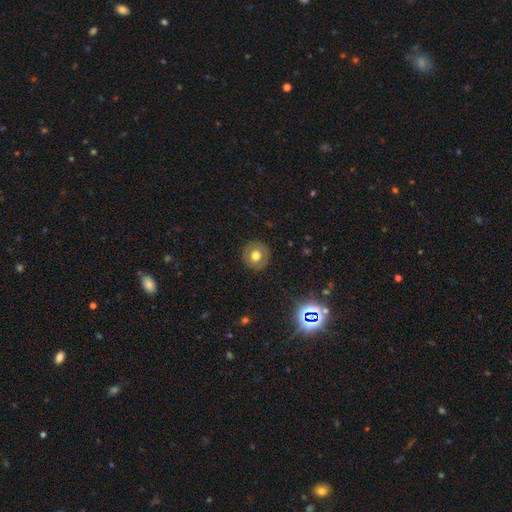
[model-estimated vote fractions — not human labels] Smooth or featured?
  - smooth: 69% *
  - featured or disk: 20%
  - star or artifact: 11%
How rounded?
  - round: 94% *
  - in between: 5%
  - cigar-shaped: 1%
Merging?
  - none: 90% *
  - minor disturbance: 7%
  - major disturbance: 2%
  - merger: 1%